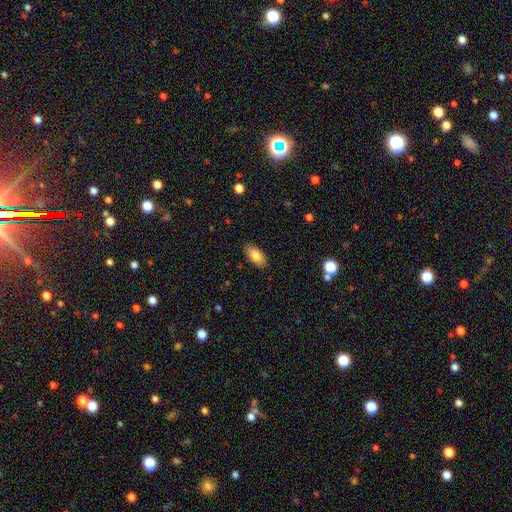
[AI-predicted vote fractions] Morphology: type=smooth (80%); roundness=in between (90%); merging=none (86%).